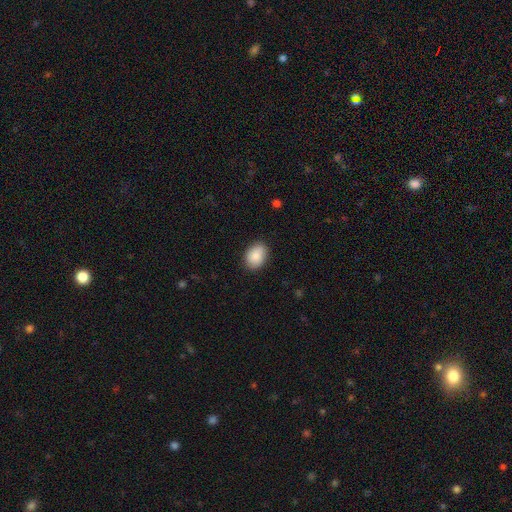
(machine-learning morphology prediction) Overall: smooth (88%). How rounded: in between (76%). Merging: none (85%).